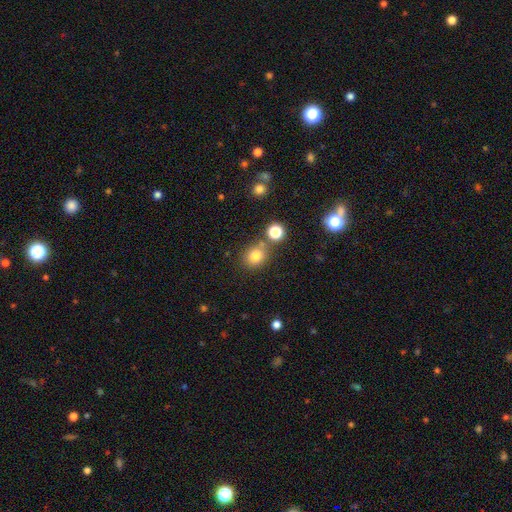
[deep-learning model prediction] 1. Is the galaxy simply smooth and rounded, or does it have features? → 78% smooth, 14% star or artifact, 8% featured or disk.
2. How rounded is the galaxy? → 73% round, 26% in between, 1% cigar-shaped.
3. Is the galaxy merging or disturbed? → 70% none, 15% merger, 11% minor disturbance, 4% major disturbance.